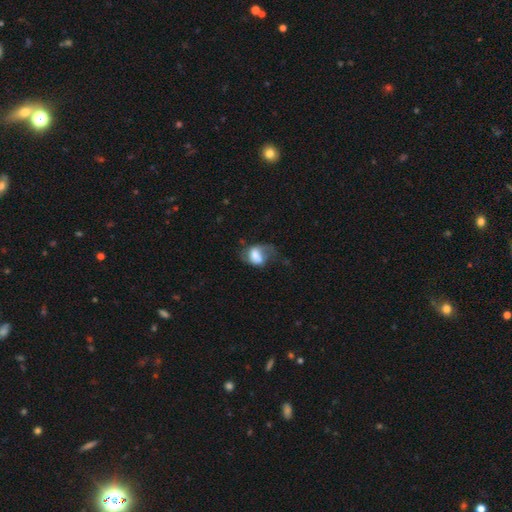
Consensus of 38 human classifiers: Smooth or featured? 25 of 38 (66%) said smooth. How rounded? 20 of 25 (80%) said in between. Merging? 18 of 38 (47%) said major disturbance.